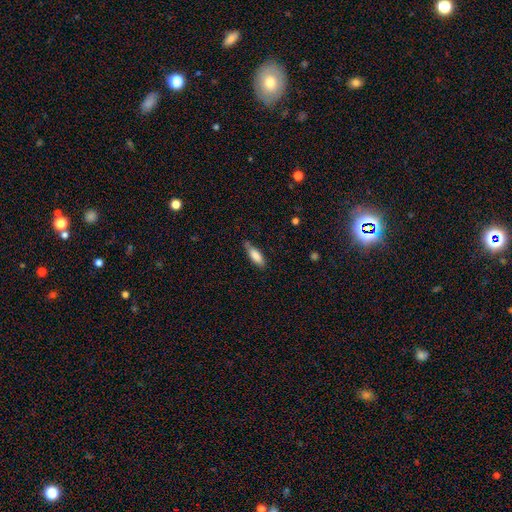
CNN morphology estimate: Smooth or featured?
  - smooth: 81% *
  - featured or disk: 13%
  - star or artifact: 6%
How rounded?
  - in between: 55% *
  - cigar-shaped: 44%
  - round: 2%
Merging?
  - none: 69% *
  - minor disturbance: 24%
  - major disturbance: 5%
  - merger: 2%